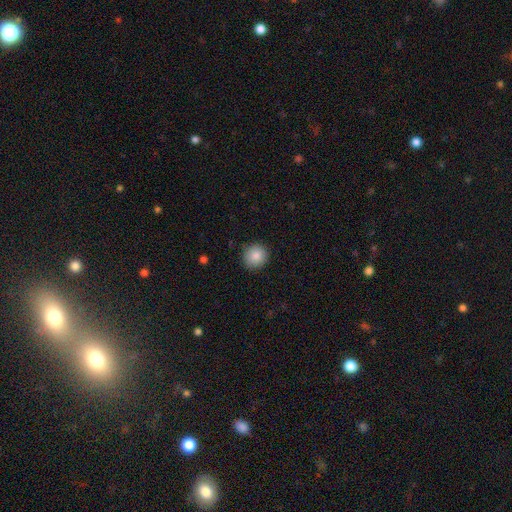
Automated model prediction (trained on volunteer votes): Smooth or featured? Predicted: smooth (p=0.85). How rounded? Predicted: round (p=0.92). Merging? Predicted: none (p=0.90).